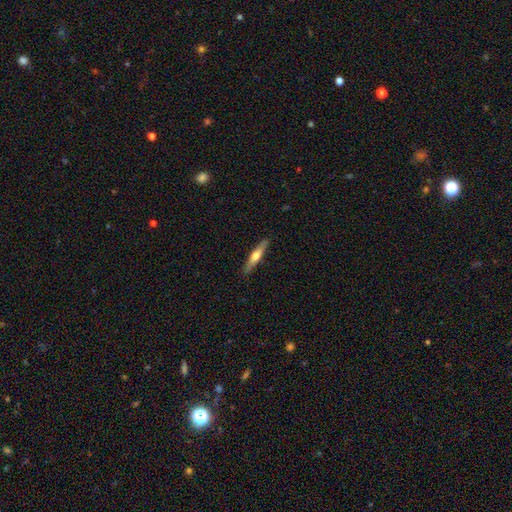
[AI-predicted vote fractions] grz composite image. It shows a featured or disk galaxy (52%) viewed edge-on (95%). Merging: none (89%).